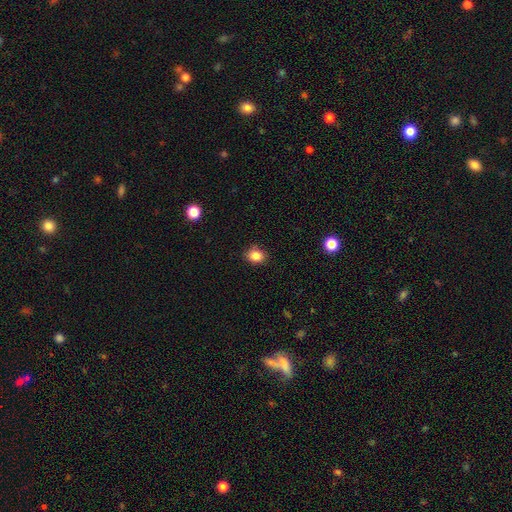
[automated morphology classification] smooth_or_featured: smooth (p=0.85) [alt: star or artifact p=0.11]
how_rounded: round (p=0.54) [alt: in between p=0.45]
merging: none (p=0.83) [alt: minor disturbance p=0.13]